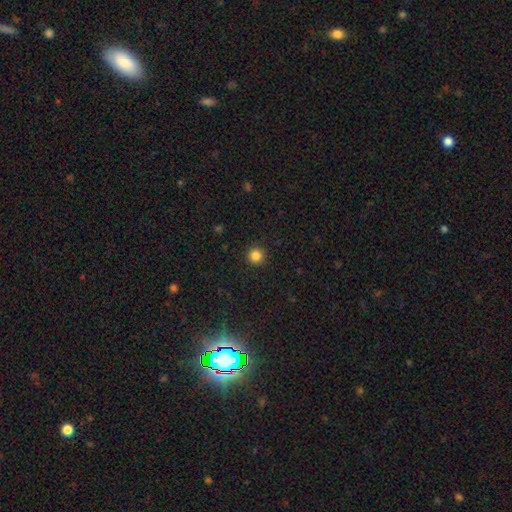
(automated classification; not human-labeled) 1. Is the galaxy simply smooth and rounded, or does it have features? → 85% smooth, 12% star or artifact, 3% featured or disk.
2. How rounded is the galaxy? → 95% round, 4% in between, 1% cigar-shaped.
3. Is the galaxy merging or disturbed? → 92% none, 5% minor disturbance, 2% major disturbance, 1% merger.